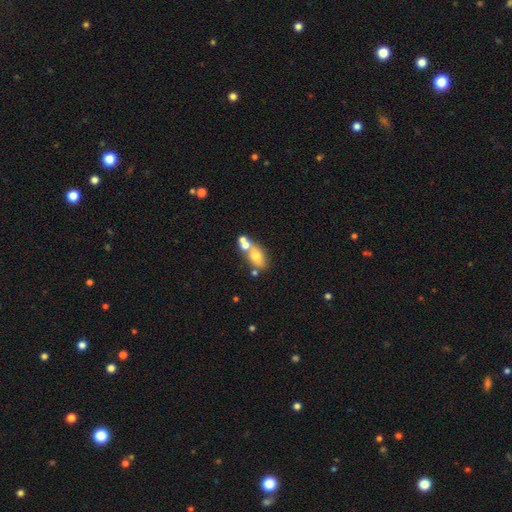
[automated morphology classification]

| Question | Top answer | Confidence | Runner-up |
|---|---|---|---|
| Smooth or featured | smooth | 62% | featured or disk (28%) |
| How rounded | in between | 74% | round (17%) |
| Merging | none | 42% | merger (40%) |